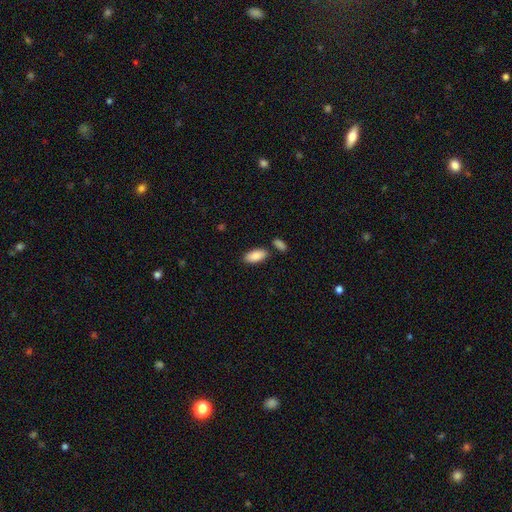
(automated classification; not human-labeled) A smooth galaxy with no disk features (88%) that is in between round and cigar-shaped (92%).

Vote fractions:
- Smooth or featured? smooth: 88% / featured or disk: 6% / star or artifact: 6%
- How rounded? in between: 92% / cigar-shaped: 6% / round: 2%
- Merging? none: 79% / minor disturbance: 11% / merger: 8% / major disturbance: 2%